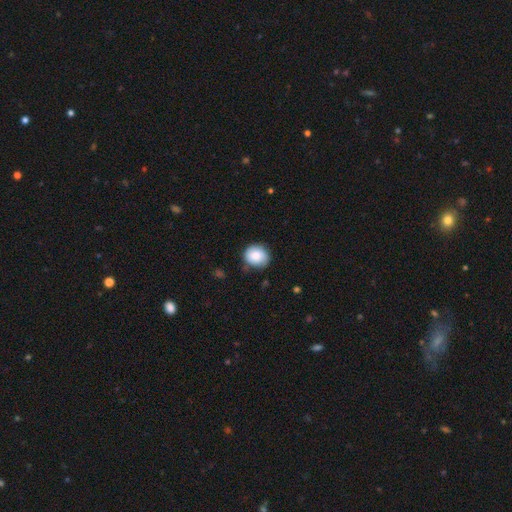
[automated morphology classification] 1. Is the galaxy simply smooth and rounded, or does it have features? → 79% smooth, 13% featured or disk, 8% star or artifact.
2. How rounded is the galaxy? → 80% round, 19% in between, 1% cigar-shaped.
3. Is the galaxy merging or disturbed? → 74% none, 21% minor disturbance, 4% major disturbance, 2% merger.